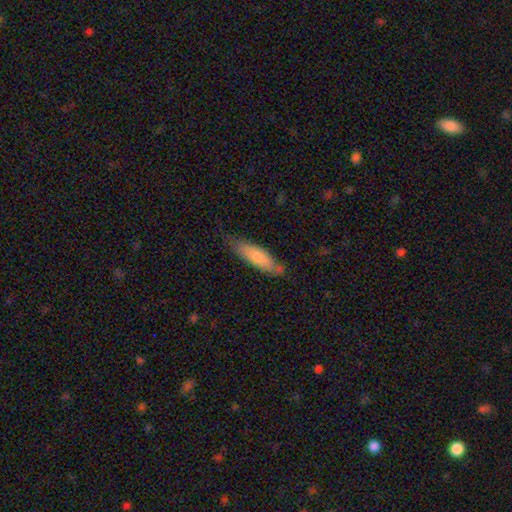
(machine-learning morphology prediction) Smooth or featured? Predicted: smooth (p=0.64). How rounded? Predicted: cigar-shaped (p=0.73). Merging? Predicted: none (p=0.77).